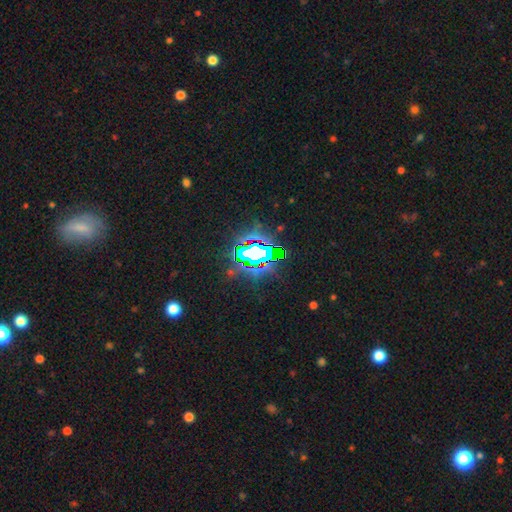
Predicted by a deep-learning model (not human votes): A star or artifact, not a galaxy (72%).